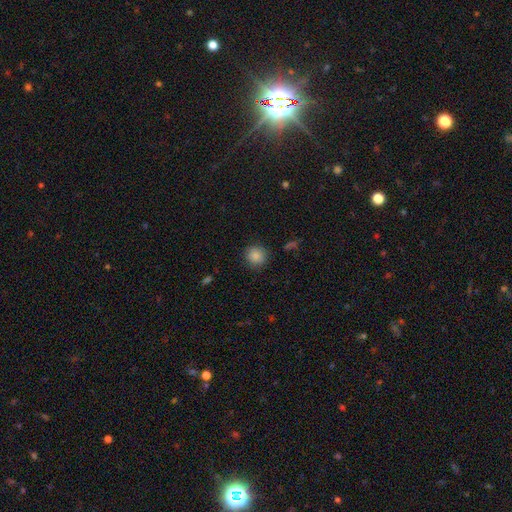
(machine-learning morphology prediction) The model was most divided on "smooth or featured": smooth: 86%, star or artifact: 10%, featured or disk: 4%. More confident: how rounded — round (90%); merging — none (88%).